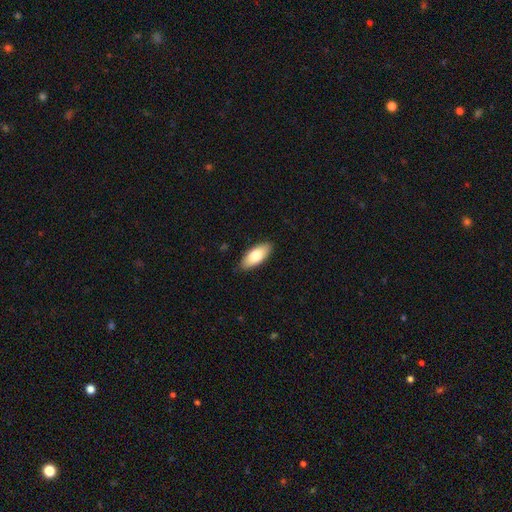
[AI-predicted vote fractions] Overall: smooth (79%). How rounded: in between (84%). Merging: none (87%).